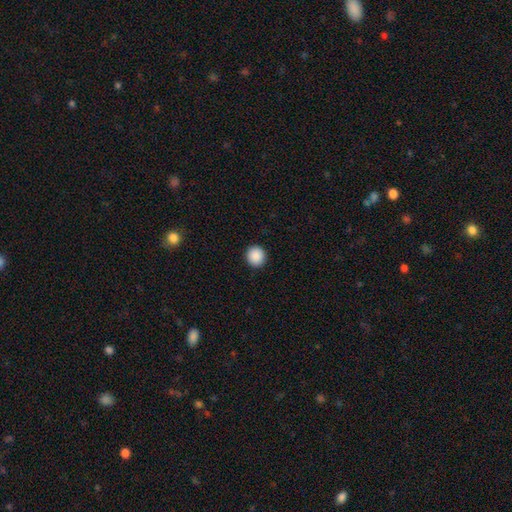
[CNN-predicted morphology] smooth_or_featured: smooth (p=0.89) [alt: star or artifact p=0.08]
how_rounded: round (p=0.94) [alt: in between p=0.06]
merging: none (p=0.93) [alt: minor disturbance p=0.05]